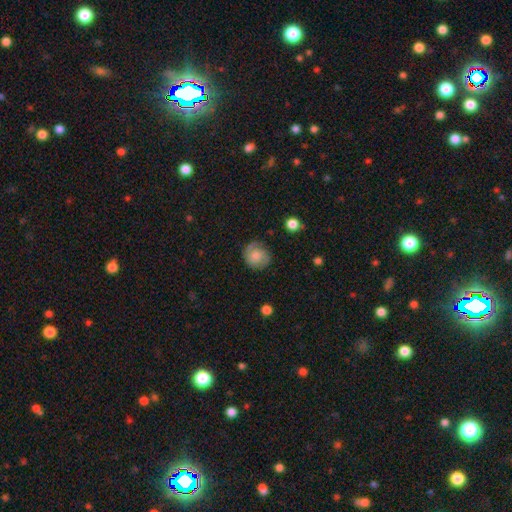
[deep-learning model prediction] smooth-or-featured: smooth: 58% | featured or disk: 34% | star or artifact: 8%
  how-rounded: round: 83% | in between: 16% | cigar-shaped: 1%
  merging: none: 70% | minor disturbance: 21% | major disturbance: 7% | merger: 1%